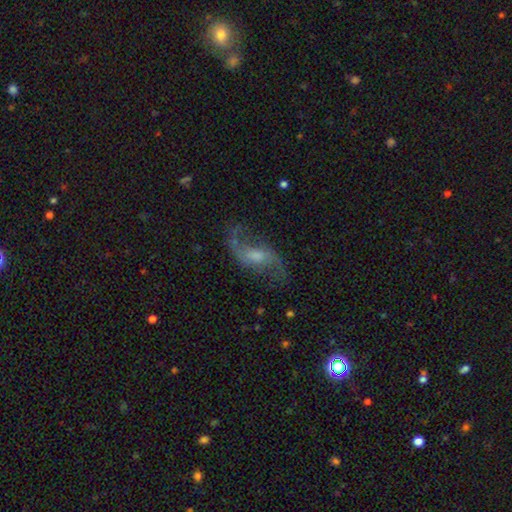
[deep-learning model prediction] The model was most divided on "bar": weak: 50%, no: 37%, strong: 13%. Remaining: edge-on disk — no (95%); spiral arms — yes (94%); spiral arm count — 2 (92%); smooth or featured — featured or disk (84%); spiral winding — loose (76%); merging — none (71%); bulge size — moderate (47%).